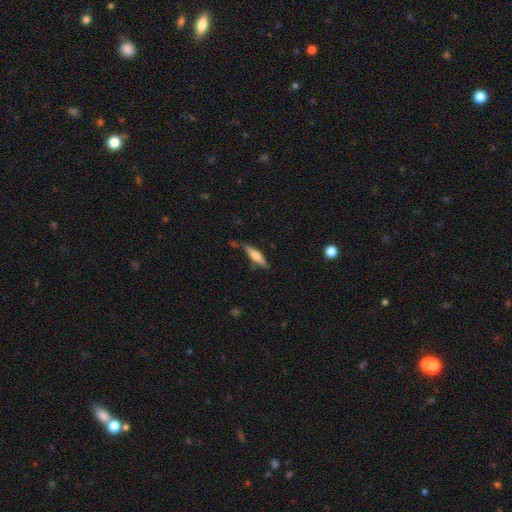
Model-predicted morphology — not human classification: Smooth or featured? Predicted: smooth (p=0.50). How rounded? Predicted: cigar-shaped (p=0.79). Merging? Predicted: none (p=0.75).